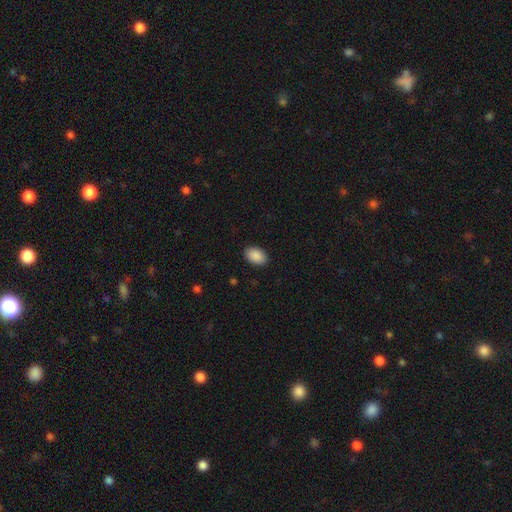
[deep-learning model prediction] Smooth or featured? smooth (90%)
How rounded? in between (87%)
Merging? none (90%)